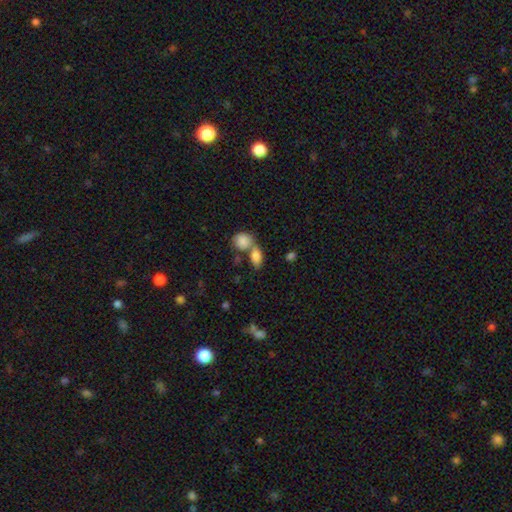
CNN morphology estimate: type=smooth (82%); roundness=in between (83%); merging=merger (51%).